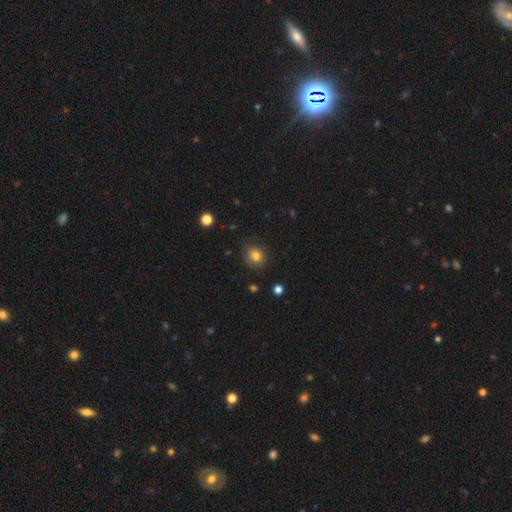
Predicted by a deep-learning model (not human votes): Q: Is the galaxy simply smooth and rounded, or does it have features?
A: smooth — 81%.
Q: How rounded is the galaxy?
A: round — 70%.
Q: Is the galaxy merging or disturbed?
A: none — 82%.